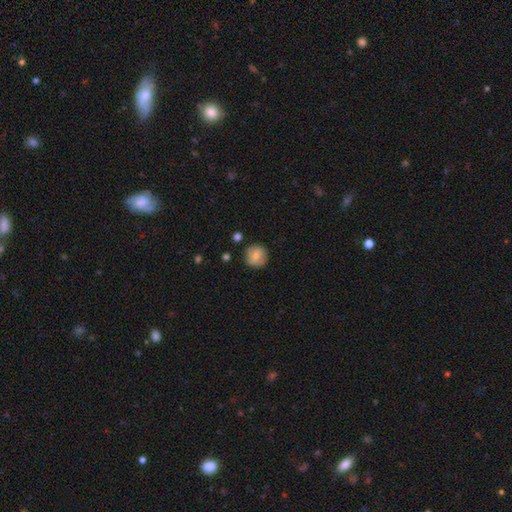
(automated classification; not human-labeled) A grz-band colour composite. It shows a smooth galaxy with no disk features (76%) that is round (93%). Merging: none (83%).